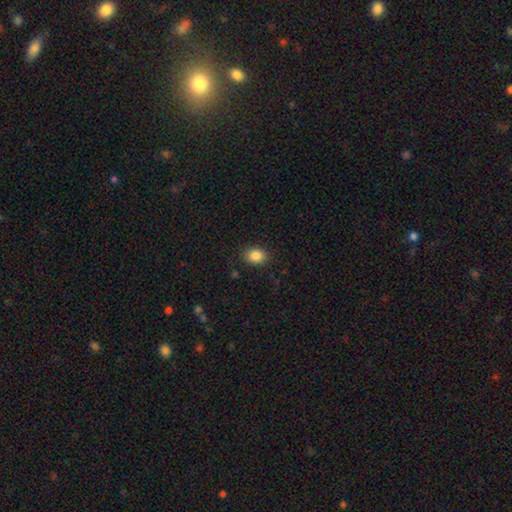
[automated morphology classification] A smooth galaxy with no disk features (86%) that is in between round and cigar-shaped (64%).

Vote fractions:
- Smooth or featured? smooth: 86% / star or artifact: 9% / featured or disk: 5%
- How rounded? in between: 64% / round: 35% / cigar-shaped: 1%
- Merging? none: 86% / minor disturbance: 10% / major disturbance: 3% / merger: 1%